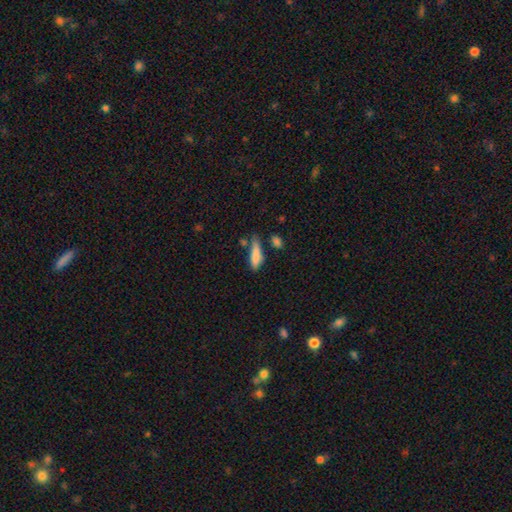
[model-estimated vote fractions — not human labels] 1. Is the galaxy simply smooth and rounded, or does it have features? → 82% smooth, 11% featured or disk, 7% star or artifact.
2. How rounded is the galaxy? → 68% cigar-shaped, 30% in between, 2% round.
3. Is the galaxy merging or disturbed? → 57% none, 26% minor disturbance, 10% merger, 7% major disturbance.